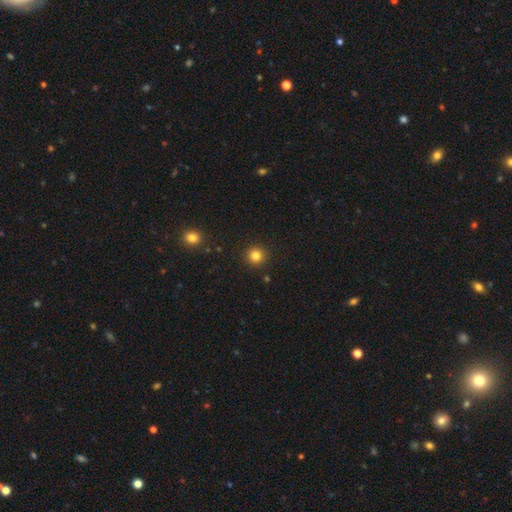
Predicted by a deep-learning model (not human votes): smooth 82%, star or artifact 13%, featured or disk 5%. Down the decision tree: how rounded — round (95%); merging — none (92%).